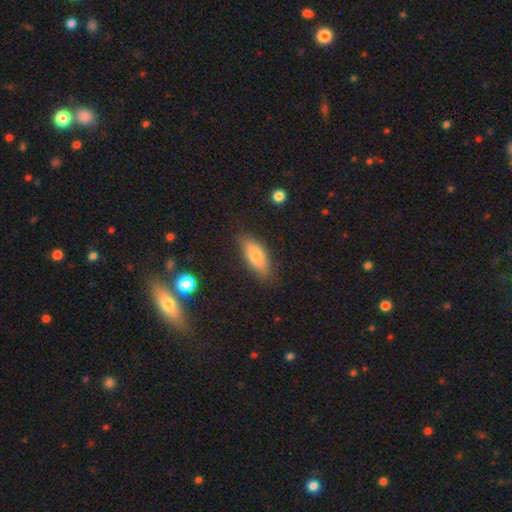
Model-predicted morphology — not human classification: smooth 78%, featured or disk 15%, star or artifact 7%. Down the decision tree: how rounded — in between (77%); merging — none (82%).